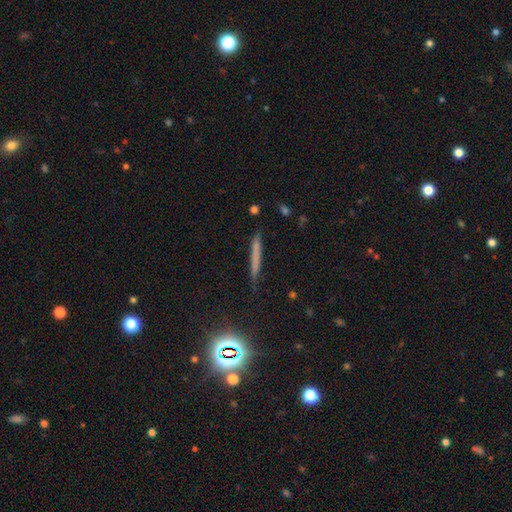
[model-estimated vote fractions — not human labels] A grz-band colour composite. It shows a smooth galaxy with no disk features (54%) that is cigar-shaped (94%). Merging: none (82%).